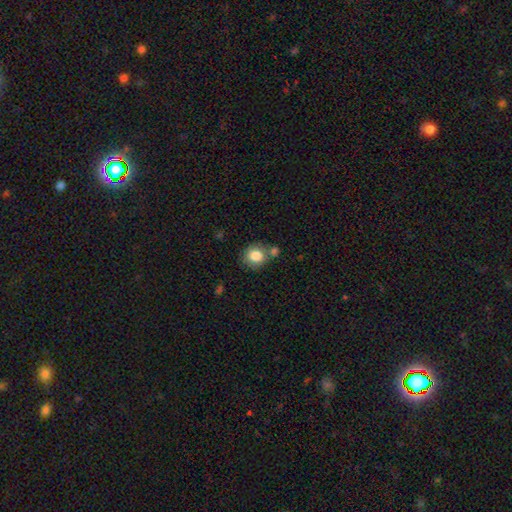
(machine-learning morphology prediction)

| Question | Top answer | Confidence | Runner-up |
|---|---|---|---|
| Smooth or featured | smooth | 82% | featured or disk (9%) |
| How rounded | round | 83% | in between (16%) |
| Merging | none | 64% | merger (19%) |